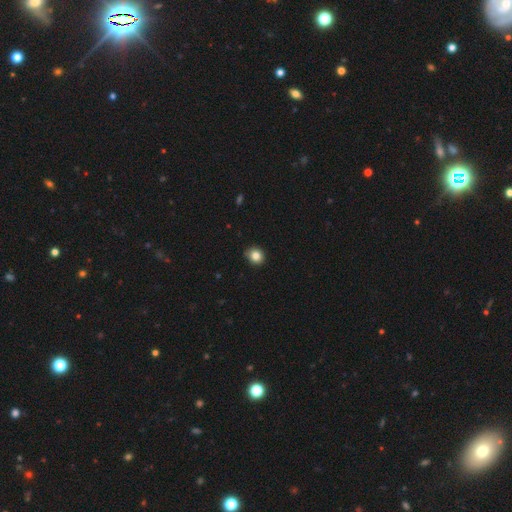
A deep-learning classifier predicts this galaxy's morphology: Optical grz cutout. It shows a smooth galaxy with no disk features (84%) that is round (78%). Merging: none (86%).